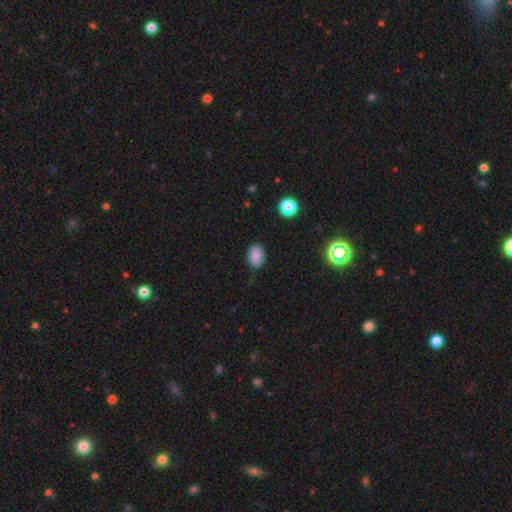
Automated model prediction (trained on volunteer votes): Smooth or featured? smooth (86%)
How rounded? in between (82%)
Merging? none (80%)